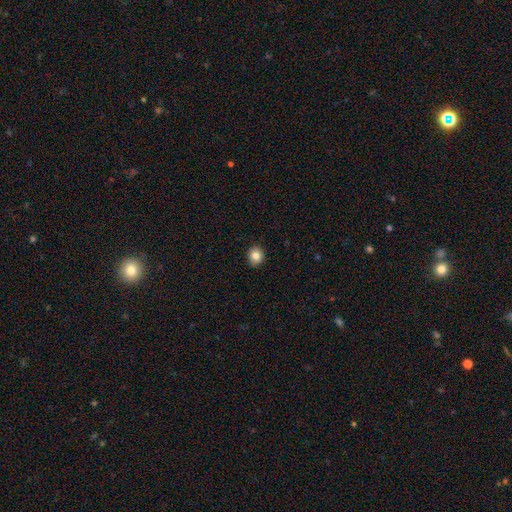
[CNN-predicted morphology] Smooth or featured: smooth — 83% (star or artifact — 10%)
How rounded: round — 75% (in between — 24%)
Merging: none — 90% (minor disturbance — 7%)